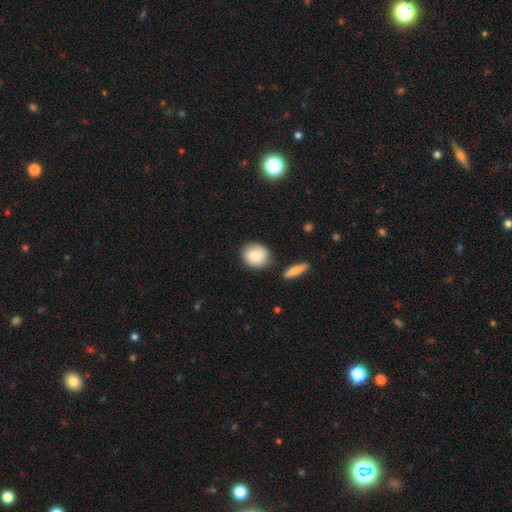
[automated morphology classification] A smooth galaxy with no disk features (79%) that is round (69%). Merging: none (75%).